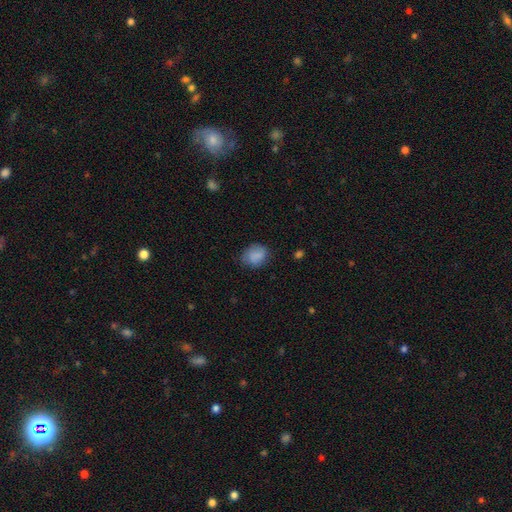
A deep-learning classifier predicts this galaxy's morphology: This appears to be a smooth galaxy with no disk features (80%) that is round (55%). Merging: none (68%).